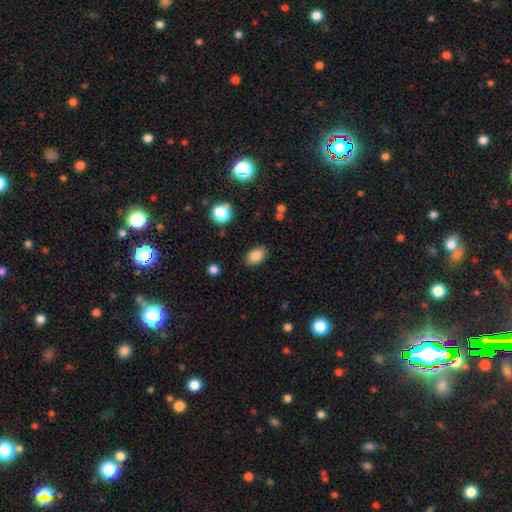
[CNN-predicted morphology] This is clearly a smooth galaxy (84%). How rounded: clearly in between (86%). Merging: clearly none (85%).